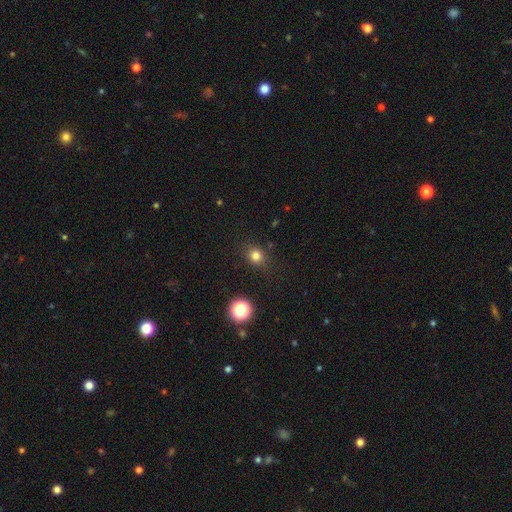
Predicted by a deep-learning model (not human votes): smooth_or_featured: smooth (p=0.78) [alt: star or artifact p=0.16]
how_rounded: round (p=0.73) [alt: in between p=0.26]
merging: none (p=0.86) [alt: minor disturbance p=0.10]